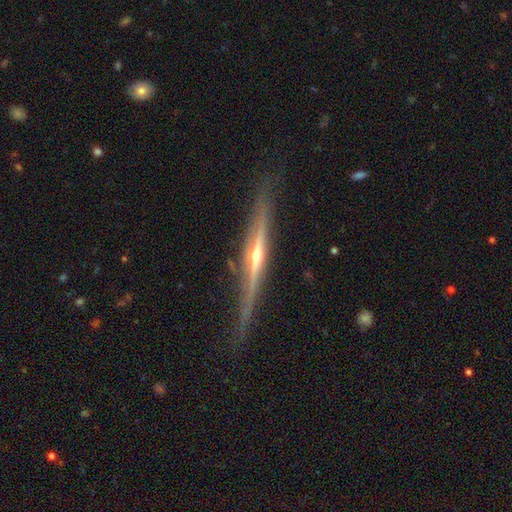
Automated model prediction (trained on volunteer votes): The model was most divided on "merging": none: 77%, minor disturbance: 16%, major disturbance: 4%, merger: 2%. More confident: edge-on disk — yes (97%); smooth or featured — featured or disk (83%); edge-on bulge — rounded (82%).